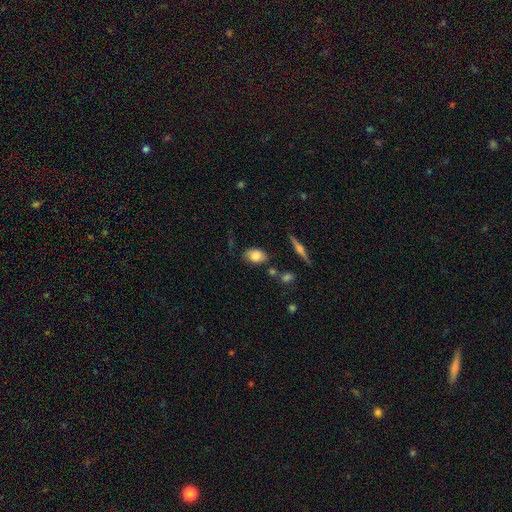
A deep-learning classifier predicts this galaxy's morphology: This is likely a smooth galaxy (77%). How rounded: clearly in between (85%). Merging: likely none (71%).